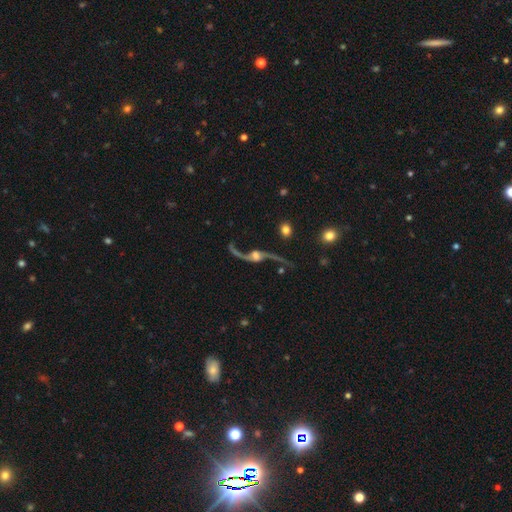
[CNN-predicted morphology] type=featured or disk (90%); edge-on=no (88%); bar=no (61%); spiral arms=yes (96%); winding=loose (95%); arm count=2 (94%); bulge=moderate (46%); merging=none (69%).